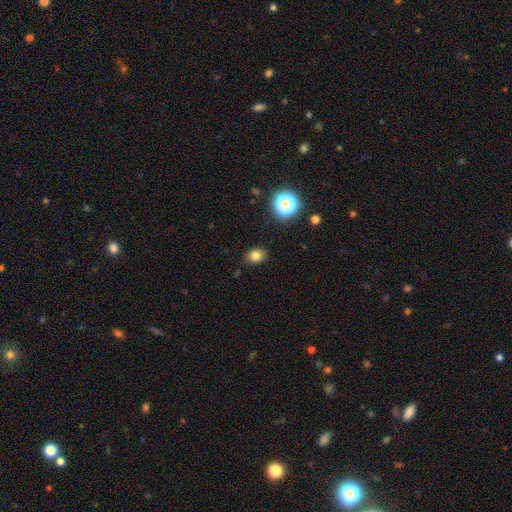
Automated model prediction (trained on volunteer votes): smooth_or_featured: smooth (p=0.78) [alt: star or artifact p=0.15]
how_rounded: in between (p=0.53) [alt: round p=0.46]
merging: none (p=0.85) [alt: minor disturbance p=0.11]